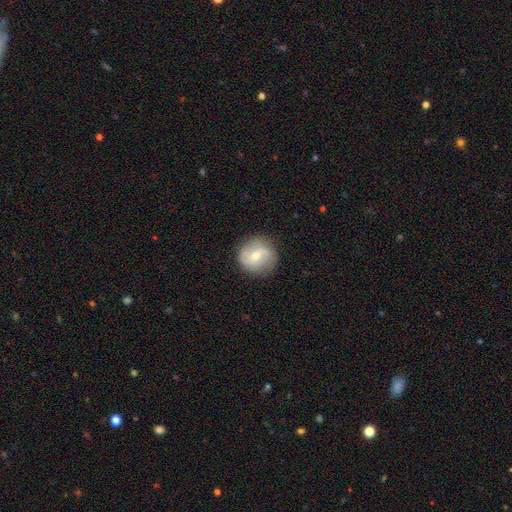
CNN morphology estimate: A featured or disk galaxy (52%) with a weak bar (48%), spiral arms (76%) and a moderate central bulge (48%, tied with small). Merging: none (83%).